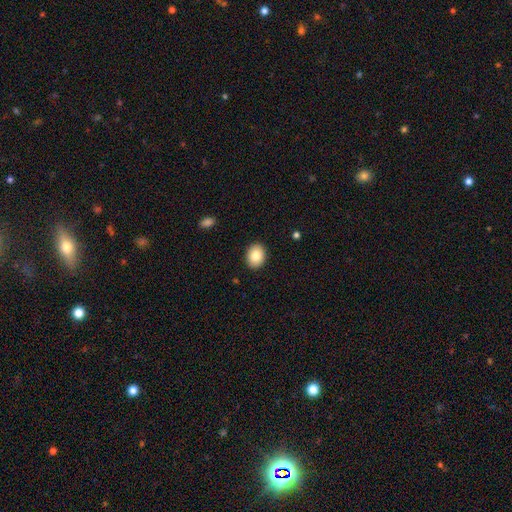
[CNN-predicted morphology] The model was most divided on "how rounded": in between: 60%, round: 39%, cigar-shaped: 1%. More confident: merging — none (91%); smooth or featured — smooth (83%).